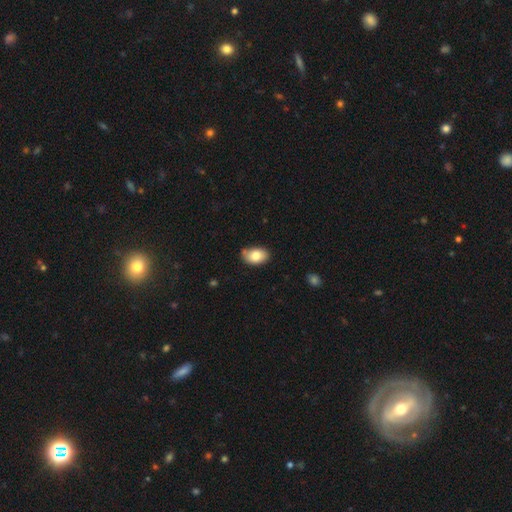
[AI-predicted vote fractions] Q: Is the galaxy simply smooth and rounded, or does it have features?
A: smooth — 81%.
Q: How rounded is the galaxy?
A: in between — 86%.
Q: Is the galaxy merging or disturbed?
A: none — 71%.